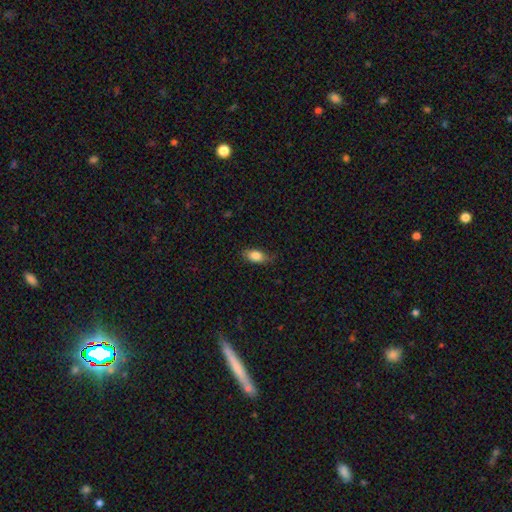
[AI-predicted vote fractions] Overall: smooth (83%). How rounded: in between (87%). Merging: none (72%).